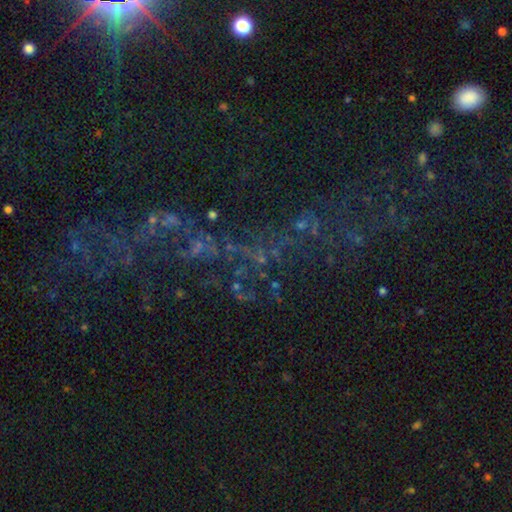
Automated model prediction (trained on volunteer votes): star or artifact 67%, featured or disk 18%, smooth 14%.